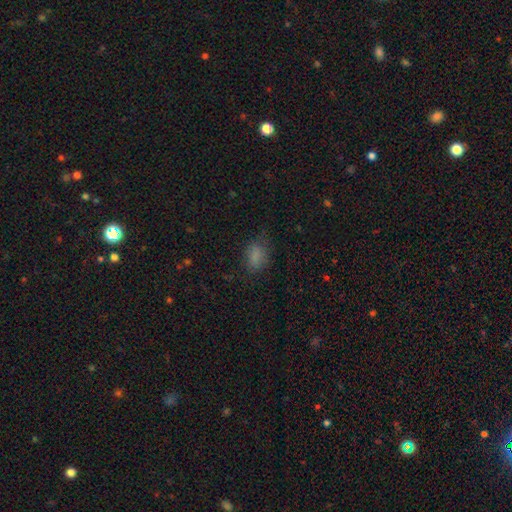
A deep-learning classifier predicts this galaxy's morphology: The model was most divided on "merging": none: 69%, minor disturbance: 22%, major disturbance: 8%, merger: 1%. More confident: how rounded — in between (80%); smooth or featured — smooth (80%).